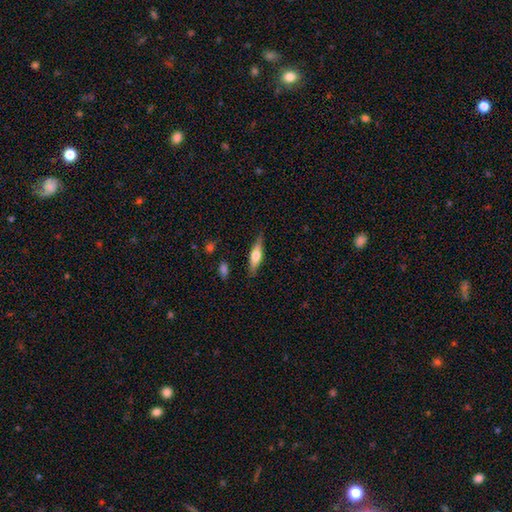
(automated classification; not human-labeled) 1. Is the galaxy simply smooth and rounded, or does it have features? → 49% smooth, 45% featured or disk, 6% star or artifact.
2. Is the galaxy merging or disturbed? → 84% none, 12% minor disturbance, 3% major disturbance, 2% merger.